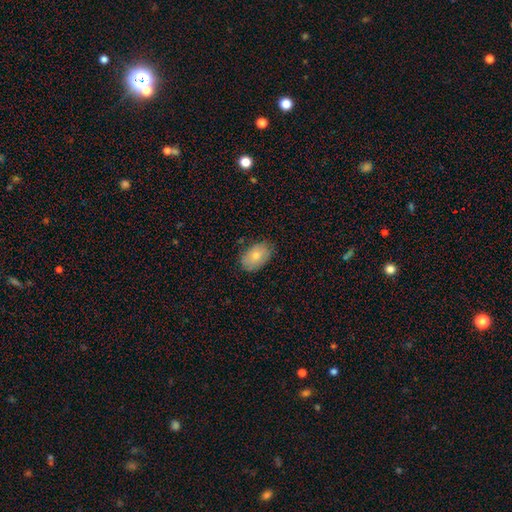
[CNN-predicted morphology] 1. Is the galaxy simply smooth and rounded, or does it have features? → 78% smooth, 15% featured or disk, 7% star or artifact.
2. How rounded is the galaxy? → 88% in between, 11% round, 1% cigar-shaped.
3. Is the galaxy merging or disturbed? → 81% none, 15% minor disturbance, 3% major disturbance, 1% merger.